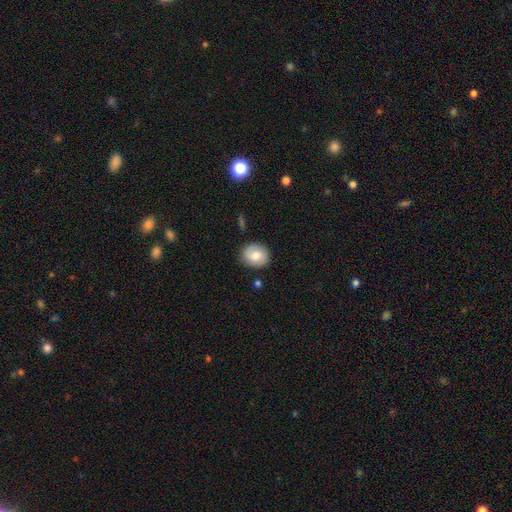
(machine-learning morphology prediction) Smooth or featured?
  - smooth: 71% *
  - featured or disk: 21%
  - star or artifact: 8%
How rounded?
  - round: 75% *
  - in between: 24%
  - cigar-shaped: 1%
Merging?
  - none: 86% *
  - minor disturbance: 10%
  - major disturbance: 2%
  - merger: 2%